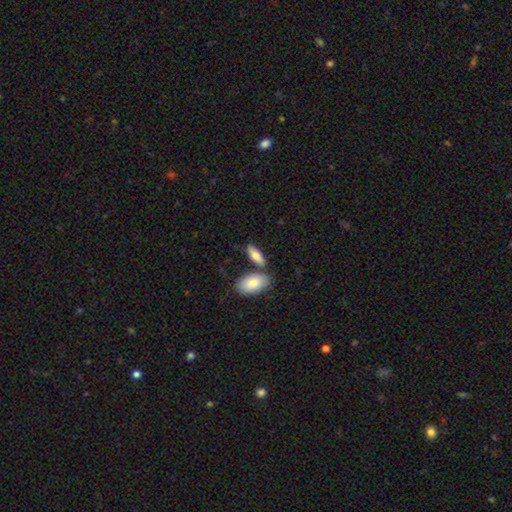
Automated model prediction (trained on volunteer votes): A smooth galaxy with no disk features (80%) that is in between round and cigar-shaped (78%). Merging: none (63%).